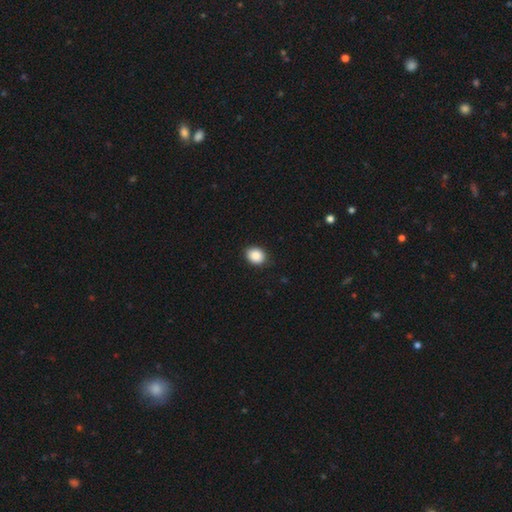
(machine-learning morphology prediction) Q: Smooth or featured?
A: smooth (89%); runner-up: star or artifact (8%)
Q: How rounded?
A: round (51%); runner-up: in between (48%)
Q: Merging?
A: none (89%); runner-up: minor disturbance (8%)